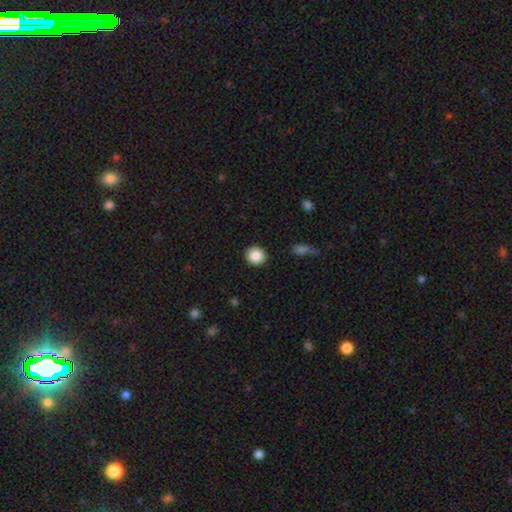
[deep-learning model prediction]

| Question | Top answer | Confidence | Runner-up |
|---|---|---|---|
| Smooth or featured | smooth | 86% | star or artifact (9%) |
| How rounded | round | 90% | in between (9%) |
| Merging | none | 92% | minor disturbance (5%) |